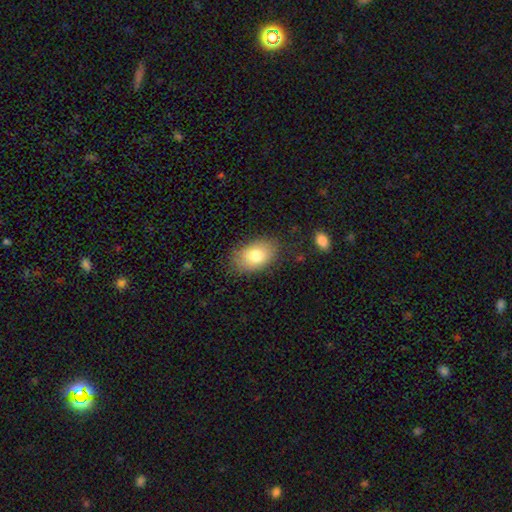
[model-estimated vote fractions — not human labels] Morphology: type=smooth (79%); roundness=in between (88%); merging=none (78%).